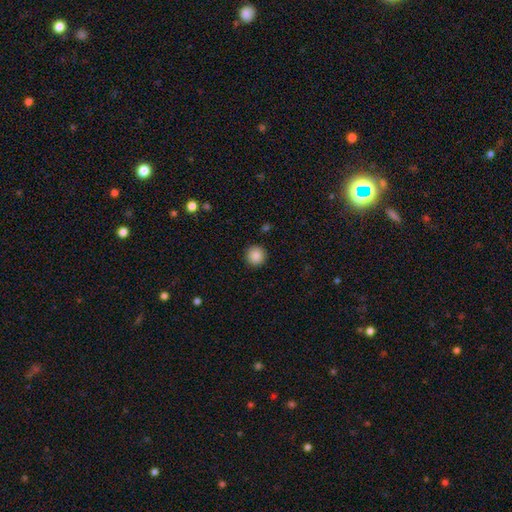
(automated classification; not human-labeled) Overall: smooth (88%). How rounded: round (95%). Merging: none (92%).